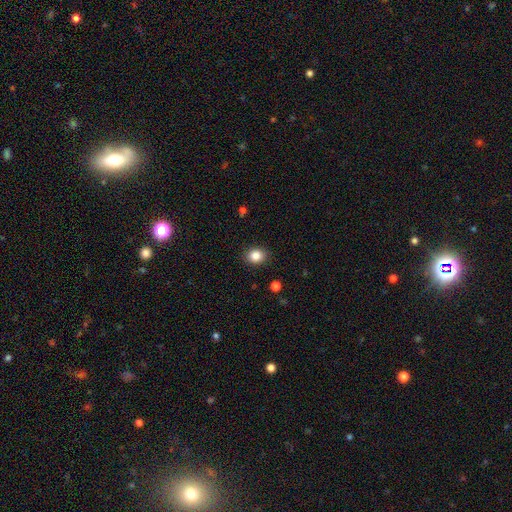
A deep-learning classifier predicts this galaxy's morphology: Smooth or featured?
  - smooth: 85% *
  - star or artifact: 10%
  - featured or disk: 5%
How rounded?
  - round: 57% *
  - in between: 43%
  - cigar-shaped: 1%
Merging?
  - none: 89% *
  - minor disturbance: 8%
  - major disturbance: 2%
  - merger: 1%